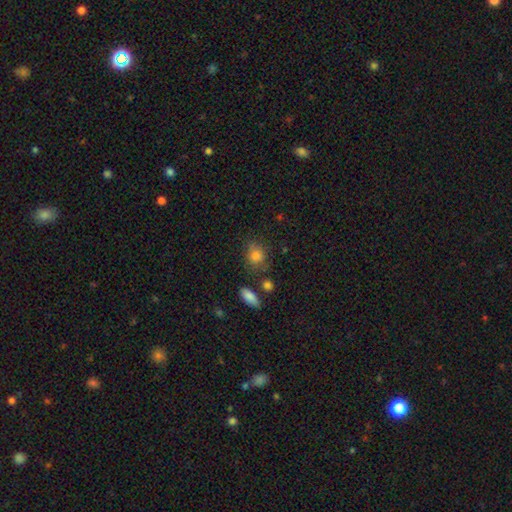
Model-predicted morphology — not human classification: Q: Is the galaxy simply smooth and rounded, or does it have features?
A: smooth — 81%.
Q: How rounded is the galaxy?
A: round — 67%.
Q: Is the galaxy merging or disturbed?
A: none — 67%.